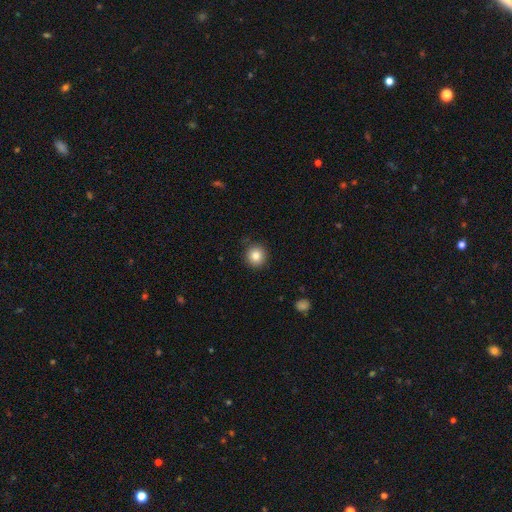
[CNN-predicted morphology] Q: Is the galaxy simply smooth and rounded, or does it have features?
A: smooth — 83%.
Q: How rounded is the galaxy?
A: round — 93%.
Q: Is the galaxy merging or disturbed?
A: none — 88%.